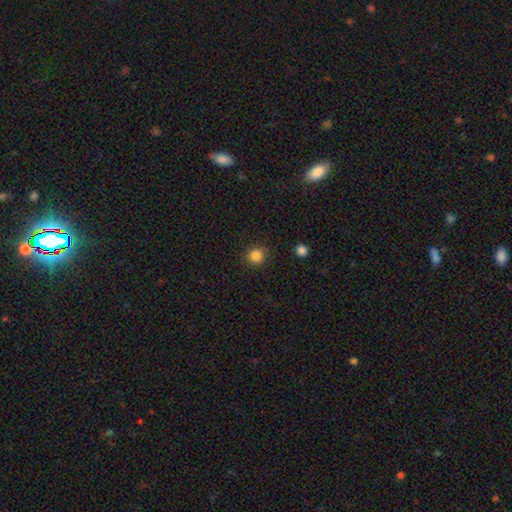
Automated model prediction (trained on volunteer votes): This is clearly a smooth galaxy (85%). How rounded: clearly round (92%). Merging: clearly none (87%).